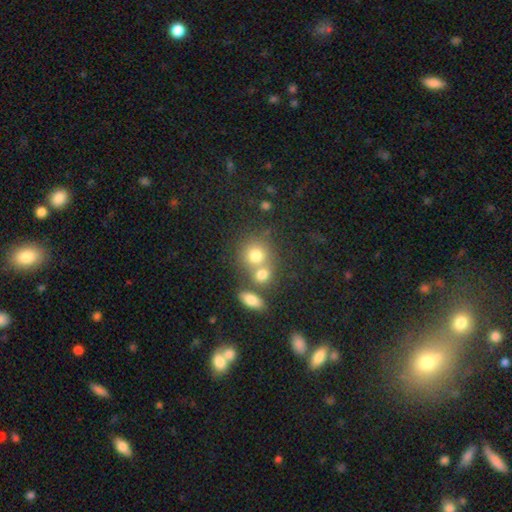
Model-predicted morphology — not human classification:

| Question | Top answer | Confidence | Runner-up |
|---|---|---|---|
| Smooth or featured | smooth | 75% | featured or disk (13%) |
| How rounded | round | 78% | in between (20%) |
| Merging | merger | 44% | none (43%) |